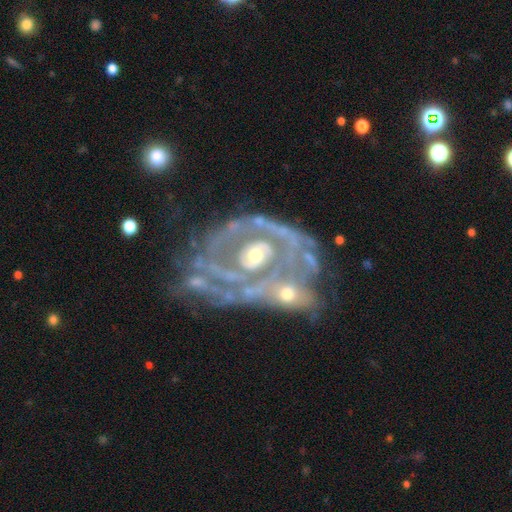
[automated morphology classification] Overall: featured or disk (86%). Edge-on disk: no (96%). Bar: no (66%). Spiral arms: yes (77%). Spiral arm count: can't tell (38%; 2 32%). Spiral winding: tight (62%; medium 28%). Bulge size: moderate (50%; small 41%). Merging: none (37%; merger 26%).